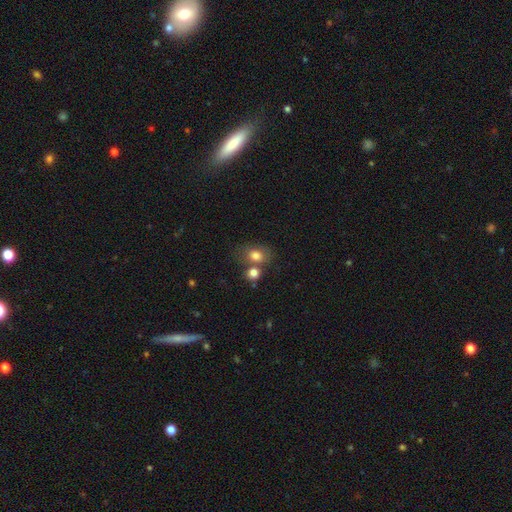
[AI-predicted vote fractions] Smooth or featured? Predicted: smooth (p=0.79). How rounded? Predicted: in between (p=0.56). Merging? Predicted: none (p=0.49).